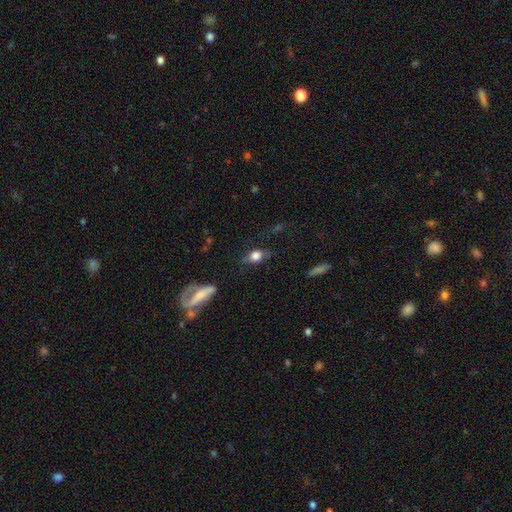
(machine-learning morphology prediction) Smooth or featured? smooth (70%)
How rounded? in between (63%)
Merging? none (62%)